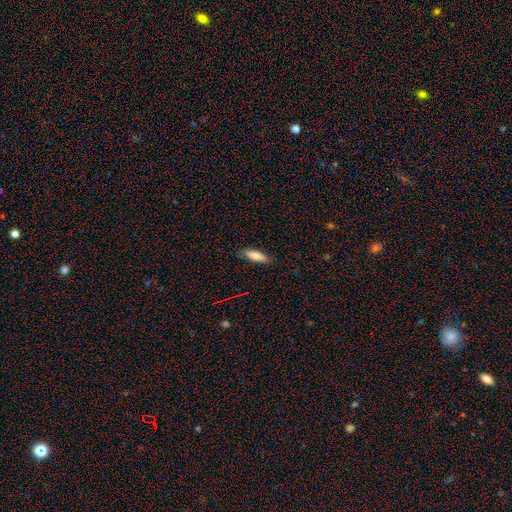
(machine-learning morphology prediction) A smooth galaxy with no disk features (77%) that is cigar-shaped (56%).

Vote fractions:
- Smooth or featured? smooth: 77% / featured or disk: 16% / star or artifact: 7%
- How rounded? cigar-shaped: 56% / in between: 42% / round: 2%
- Merging? none: 85% / minor disturbance: 12% / major disturbance: 2% / merger: 1%